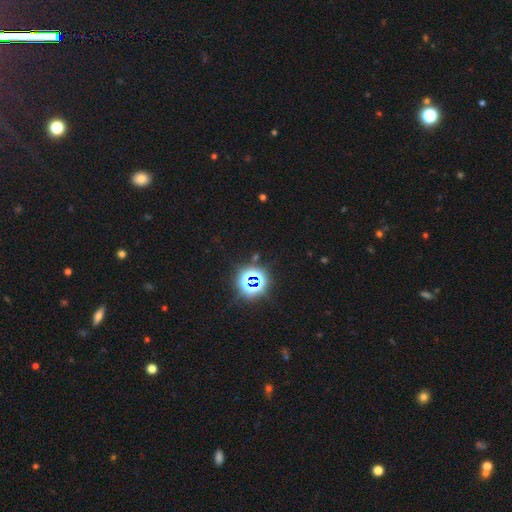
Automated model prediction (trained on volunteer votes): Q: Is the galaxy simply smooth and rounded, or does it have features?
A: star or artifact — 77%.